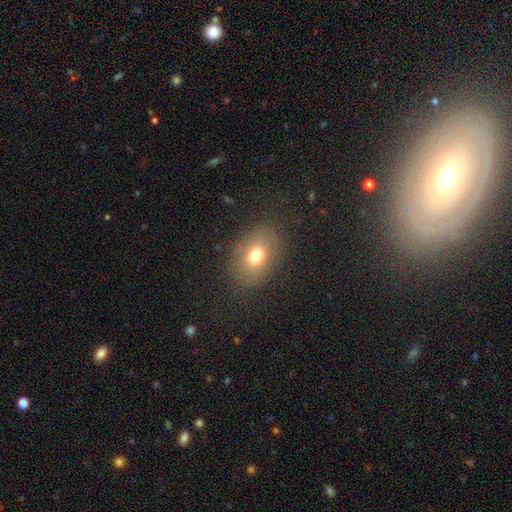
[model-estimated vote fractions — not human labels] This is likely a smooth galaxy (73%). How rounded: likely in between (74%). Merging: clearly none (82%).